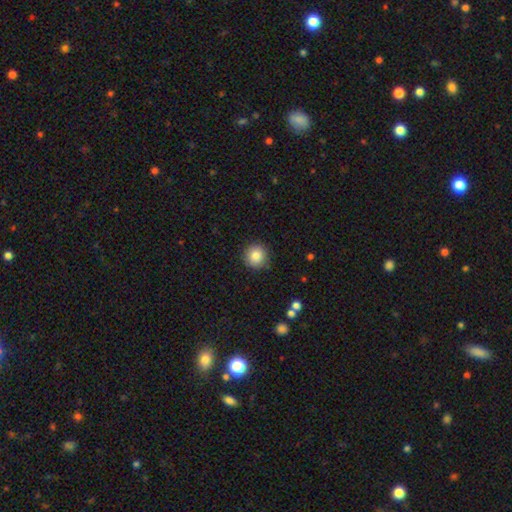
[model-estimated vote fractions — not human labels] smooth 84%, star or artifact 10%, featured or disk 7%. Down the decision tree: how rounded — round (94%); merging — none (90%).